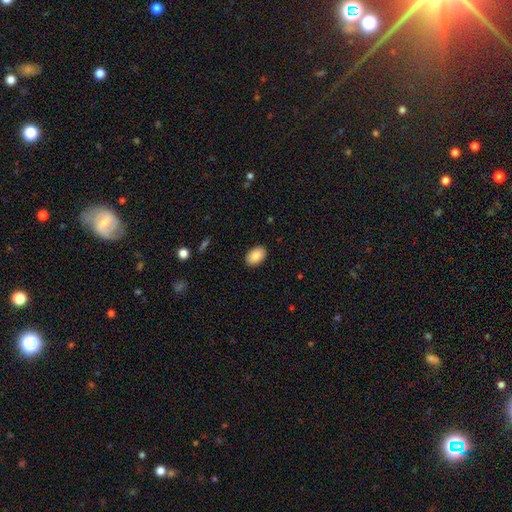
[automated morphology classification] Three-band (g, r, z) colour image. It shows a smooth galaxy with no disk features (88%) that is in between round and cigar-shaped (88%). Merging: none (89%).